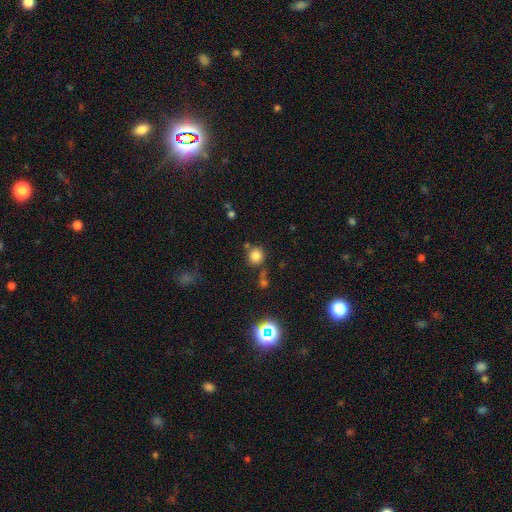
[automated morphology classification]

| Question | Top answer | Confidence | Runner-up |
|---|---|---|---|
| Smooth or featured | smooth | 79% | star or artifact (15%) |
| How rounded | round | 91% | in between (8%) |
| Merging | none | 73% | merger (12%) |